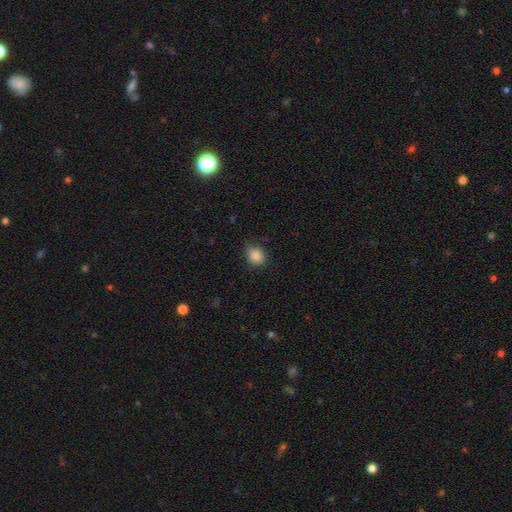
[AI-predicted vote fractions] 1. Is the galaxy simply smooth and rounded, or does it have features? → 86% smooth, 10% star or artifact, 4% featured or disk.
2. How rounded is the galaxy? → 70% round, 29% in between, 1% cigar-shaped.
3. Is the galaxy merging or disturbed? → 76% none, 19% minor disturbance, 3% major disturbance, 1% merger.